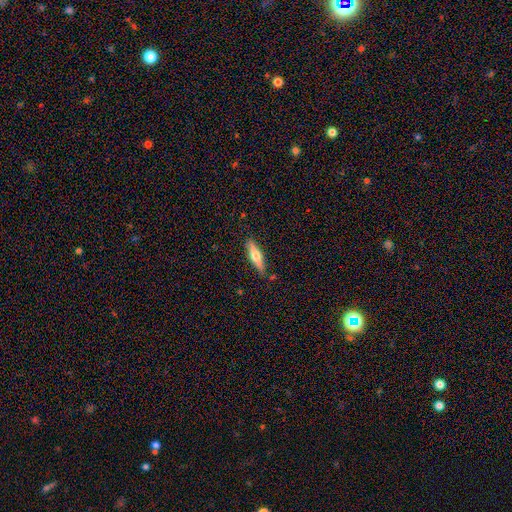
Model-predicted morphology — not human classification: Q: Smooth or featured?
A: featured or disk (52%); runner-up: smooth (42%)
Q: Edge-on disk?
A: yes (94%); runner-up: no (6%)
Q: Merging?
A: none (86%); runner-up: minor disturbance (10%)